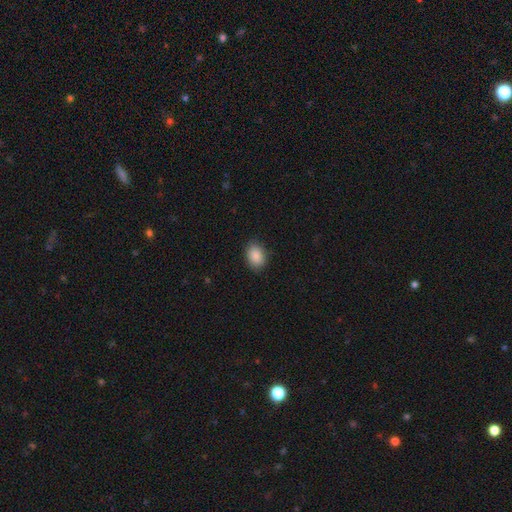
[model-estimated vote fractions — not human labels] This is clearly a smooth galaxy (89%). How rounded: likely in between (79%). Merging: clearly none (86%).